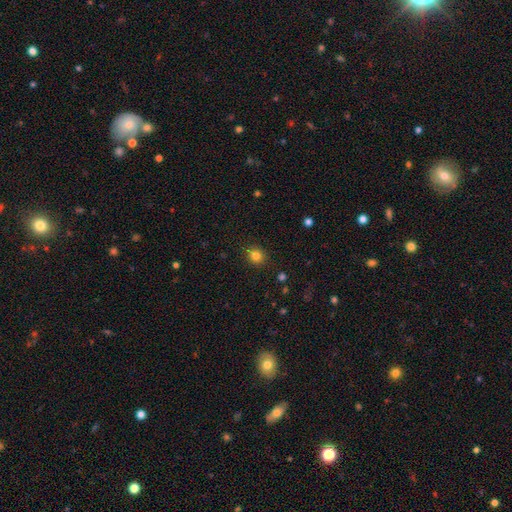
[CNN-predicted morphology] Smooth or featured: smooth — 82% (star or artifact — 12%)
How rounded: round — 76% (in between — 23%)
Merging: none — 87% (minor disturbance — 10%)